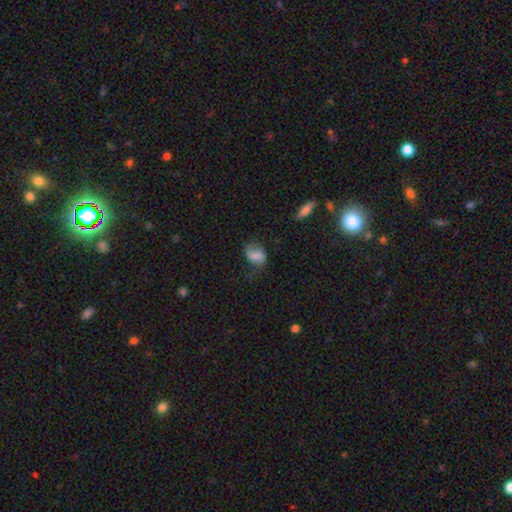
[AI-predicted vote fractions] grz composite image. It shows a smooth galaxy with no disk features (65%) that is in between round and cigar-shaped (75%). Merging: none (46%).